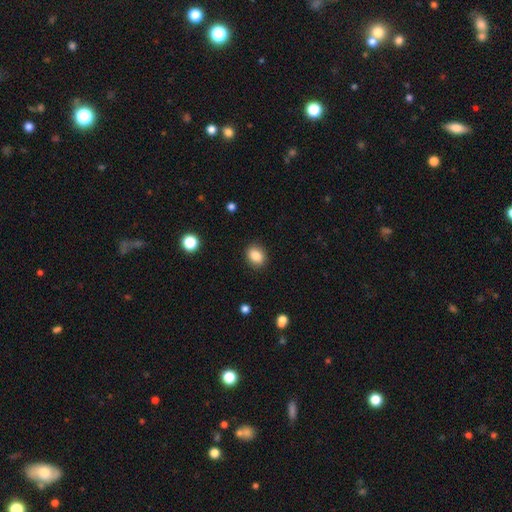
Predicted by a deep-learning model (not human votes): Smooth or featured?
  - smooth: 86% *
  - star or artifact: 9%
  - featured or disk: 5%
How rounded?
  - round: 55% *
  - in between: 44%
  - cigar-shaped: 1%
Merging?
  - none: 89% *
  - minor disturbance: 8%
  - major disturbance: 2%
  - merger: 1%